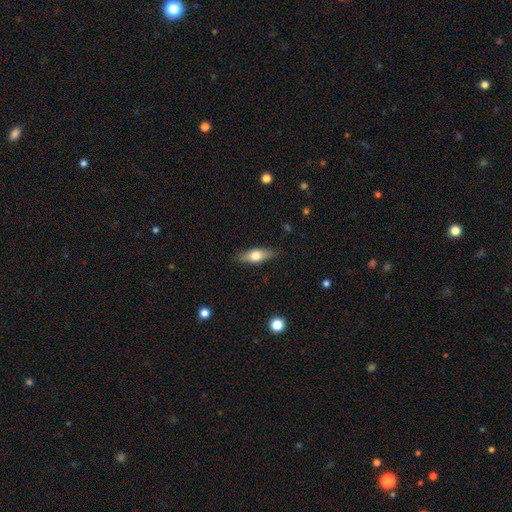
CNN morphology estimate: Q: Smooth or featured?
A: smooth (61%); runner-up: featured or disk (32%)
Q: How rounded?
A: in between (62%); runner-up: cigar-shaped (34%)
Q: Merging?
A: none (86%); runner-up: minor disturbance (11%)